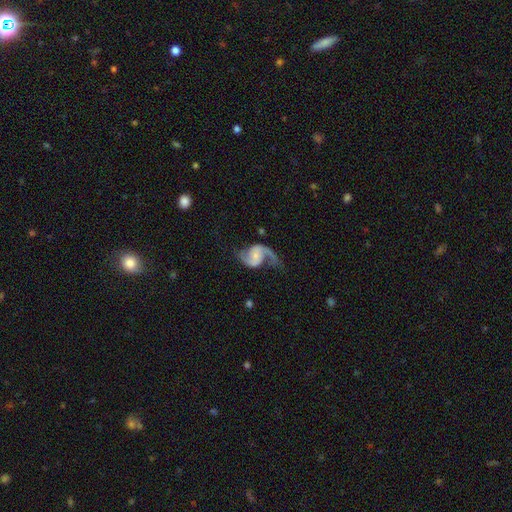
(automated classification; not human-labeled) Morphology: type=featured or disk (88%); edge-on=no (98%); bar=no (56%); spiral arms=yes (97%); winding=loose (61%); arm count=2 (89%); bulge=small (55%); merging=none (60%).